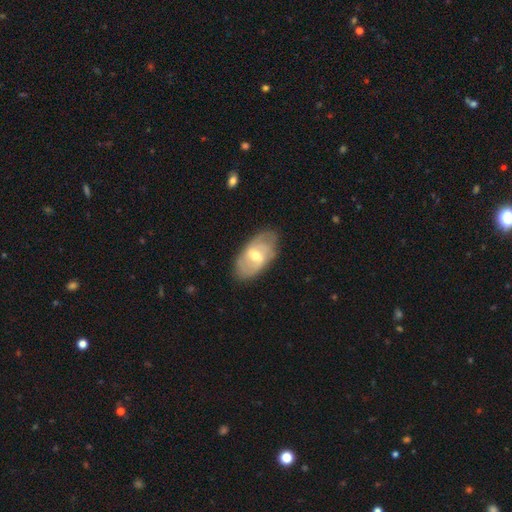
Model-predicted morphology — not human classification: type=featured or disk (66%); edge-on=no (93%); bar=weak (54%); spiral arms=yes (76%); bulge=moderate (64%); merging=none (78%).